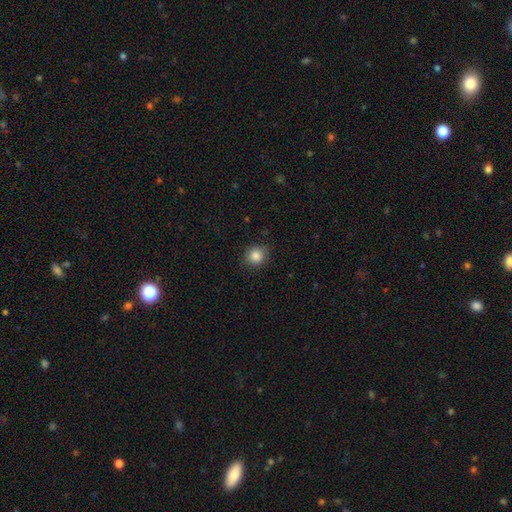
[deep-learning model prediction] Smooth or featured? smooth (85%)
How rounded? round (85%)
Merging? none (85%)